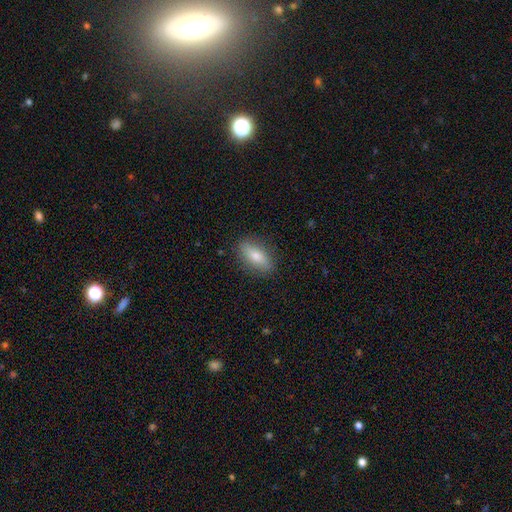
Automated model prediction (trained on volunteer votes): The model was most divided on "smooth or featured": smooth: 71%, featured or disk: 22%, star or artifact: 7%. More confident: merging — none (86%); how rounded — in between (75%).